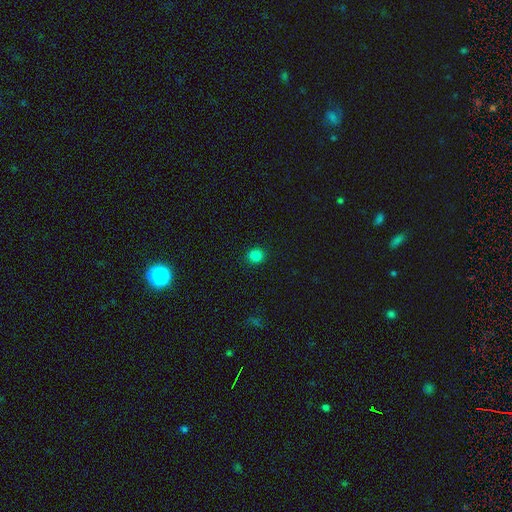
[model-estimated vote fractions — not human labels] Q: Smooth or featured?
A: smooth (83%); runner-up: star or artifact (13%)
Q: How rounded?
A: round (84%); runner-up: in between (15%)
Q: Merging?
A: none (91%); runner-up: minor disturbance (6%)